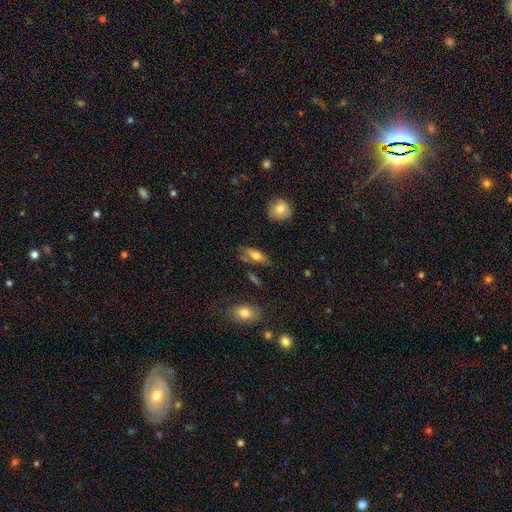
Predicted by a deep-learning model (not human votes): Smooth or featured? Predicted: smooth (p=0.61). How rounded? Predicted: in between (p=0.71). Merging? Predicted: none (p=0.69).